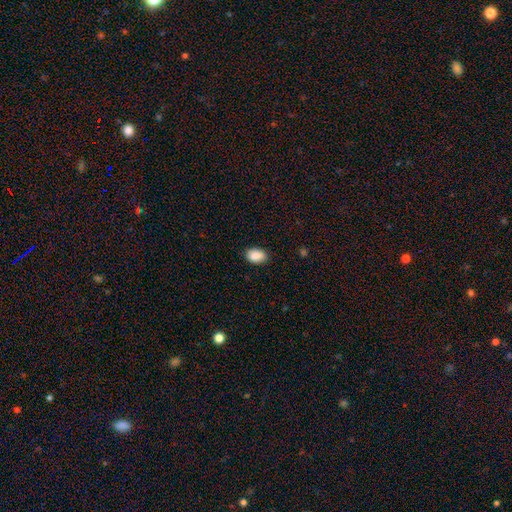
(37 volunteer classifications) Smooth or featured: smooth — 89% (featured or disk — 5%)
How rounded: in between — 79% (round — 21%)
Merging: none — 89% (minor disturbance — 9%)